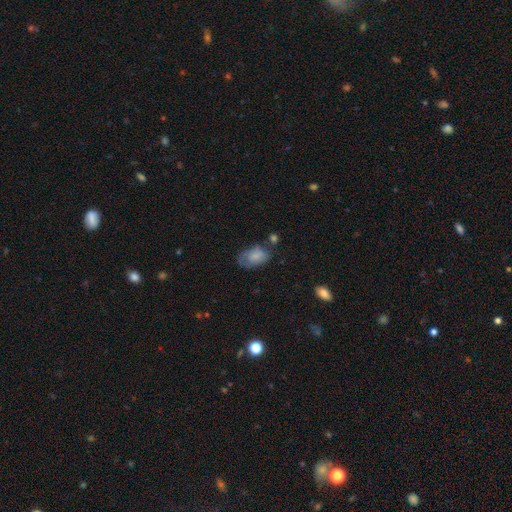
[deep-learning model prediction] Morphology: type=smooth (73%); roundness=in between (90%); merging=none (45%).